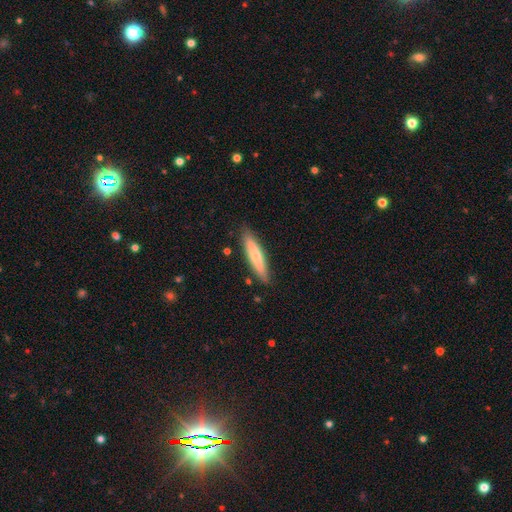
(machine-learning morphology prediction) Smooth or featured? Predicted: smooth (p=0.62). How rounded? Predicted: cigar-shaped (p=0.85). Merging? Predicted: none (p=0.85).